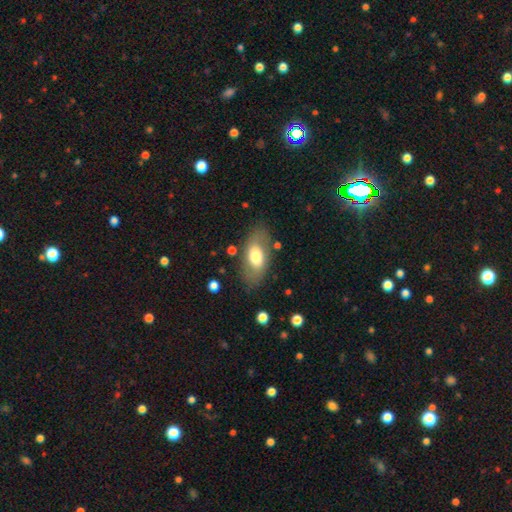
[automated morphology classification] type=smooth (66%); roundness=in between (89%); merging=none (76%).